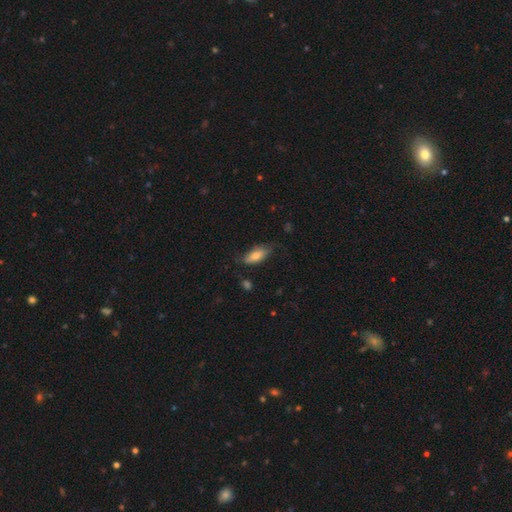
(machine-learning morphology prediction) Q: Smooth or featured?
A: smooth (74%); runner-up: featured or disk (19%)
Q: How rounded?
A: in between (82%); runner-up: cigar-shaped (16%)
Q: Merging?
A: none (64%); runner-up: minor disturbance (27%)